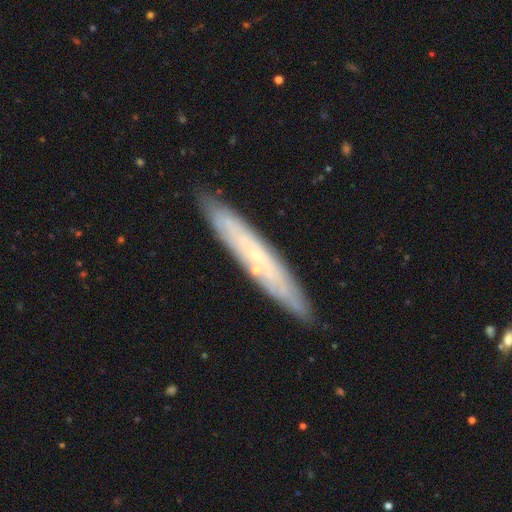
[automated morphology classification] Smooth or featured?
  - featured or disk: 62% *
  - smooth: 31%
  - star or artifact: 7%
Edge-on disk?
  - yes: 66% *
  - no: 34%
Merging?
  - none: 87% *
  - minor disturbance: 9%
  - merger: 2%
  - major disturbance: 2%